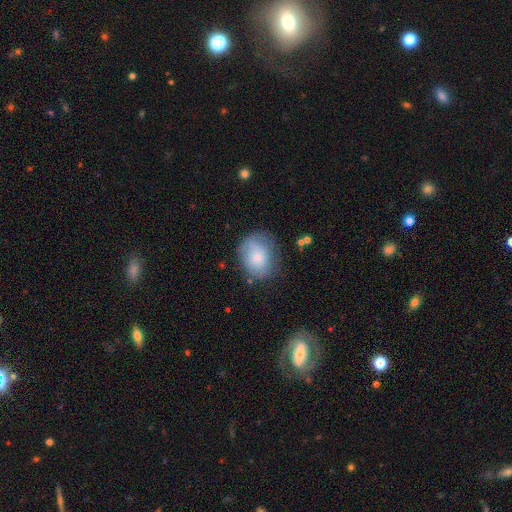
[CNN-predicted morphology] Smooth or featured? Predicted: smooth (p=0.74). How rounded? Predicted: round (p=0.55). Merging? Predicted: none (p=0.63).